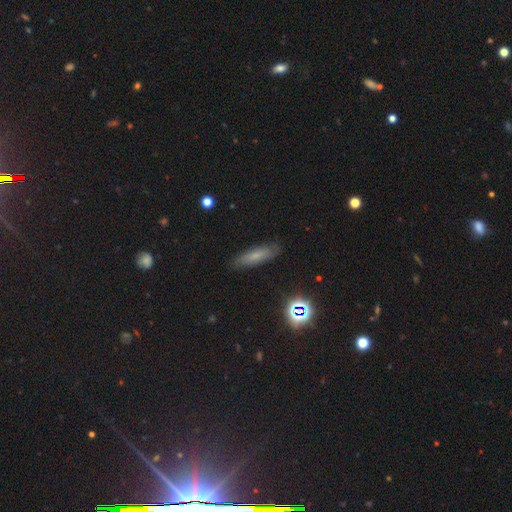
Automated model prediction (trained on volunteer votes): smooth-or-featured: smooth: 62% | featured or disk: 25% | star or artifact: 13%
  how-rounded: cigar-shaped: 59% | in between: 38% | round: 3%
  merging: none: 84% | minor disturbance: 12% | major disturbance: 3% | merger: 1%